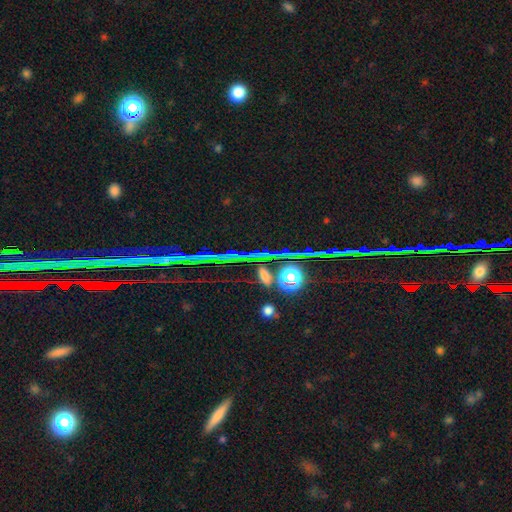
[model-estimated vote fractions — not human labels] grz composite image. It shows a star or artifact, not a galaxy (76%).